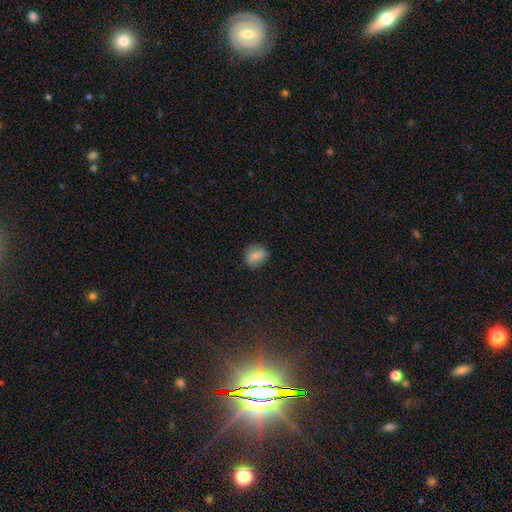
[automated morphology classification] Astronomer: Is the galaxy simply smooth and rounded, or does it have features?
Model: smooth — 82%.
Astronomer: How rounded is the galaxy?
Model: round — 55% (runner-up: in between, 43%).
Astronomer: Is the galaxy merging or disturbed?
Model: none — 76%.